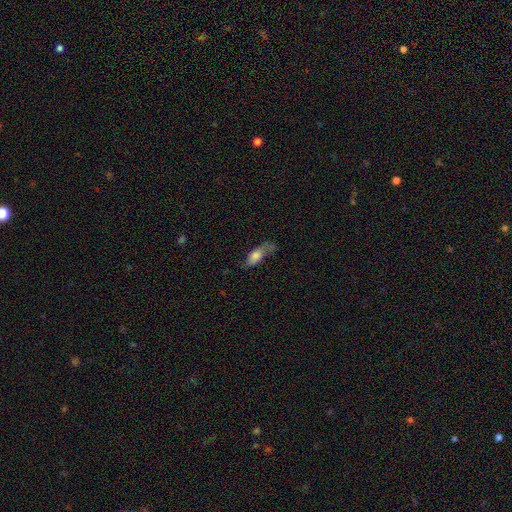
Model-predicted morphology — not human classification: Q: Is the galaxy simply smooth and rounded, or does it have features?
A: smooth — 66%.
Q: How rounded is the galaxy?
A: in between — 74%.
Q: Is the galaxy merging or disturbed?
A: none — 37%.